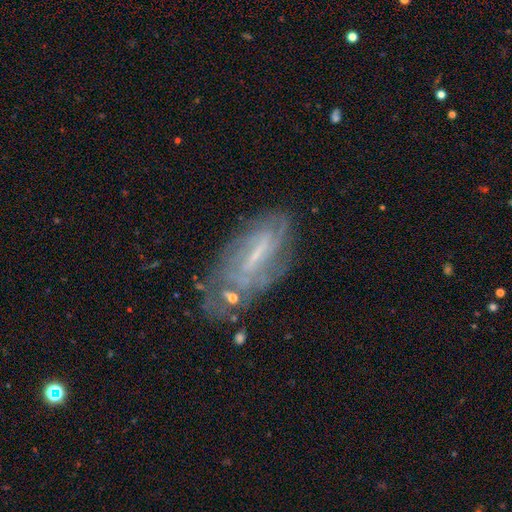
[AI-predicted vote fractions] smooth-or-featured: featured or disk: 70% | smooth: 21% | star or artifact: 9%
  disk-edge-on: no: 87% | yes: 13%
    bar: weak: 42% | strong: 36% | no: 22%
    has-spiral-arms: yes: 68% | no: 32%
    bulge-size: small: 54% | none: 24% | moderate: 20% | large: 2% | dominant: 1%
  merging: none: 60% | minor disturbance: 23% | major disturbance: 13% | merger: 5%